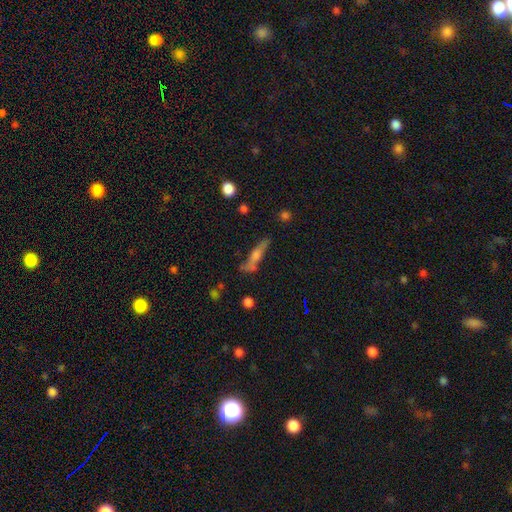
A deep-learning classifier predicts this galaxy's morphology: smooth-or-featured: featured or disk: 52% | smooth: 29% | star or artifact: 19%
  disk-edge-on: yes: 74% | no: 26%
  merging: none: 71% | minor disturbance: 16% | major disturbance: 8% | merger: 6%